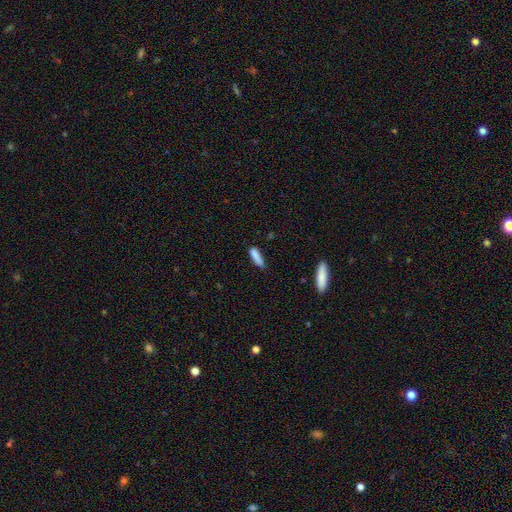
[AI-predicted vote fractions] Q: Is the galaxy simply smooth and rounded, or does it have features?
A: smooth — 83%.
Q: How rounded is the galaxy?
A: cigar-shaped — 68%.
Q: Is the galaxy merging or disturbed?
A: none — 60%.